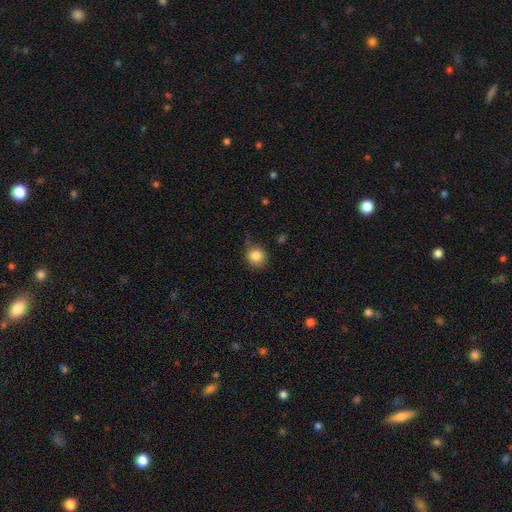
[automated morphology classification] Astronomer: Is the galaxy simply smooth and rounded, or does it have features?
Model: smooth — 84%.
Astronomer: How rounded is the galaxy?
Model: round — 88%.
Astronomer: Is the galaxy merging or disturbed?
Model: none — 74%.